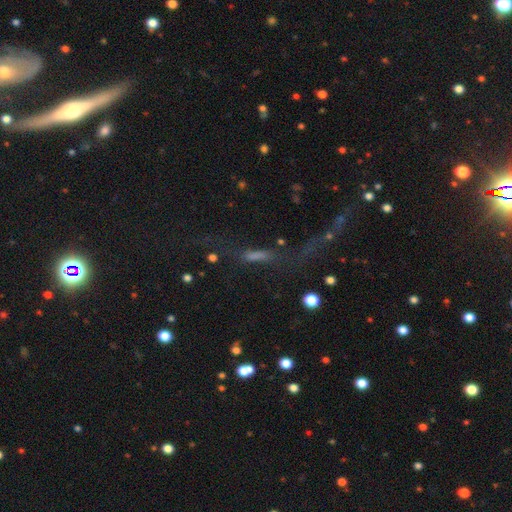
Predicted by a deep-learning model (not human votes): Smooth or featured: smooth — 44% (featured or disk — 30%)
Merging: none — 43% (major disturbance — 30%)